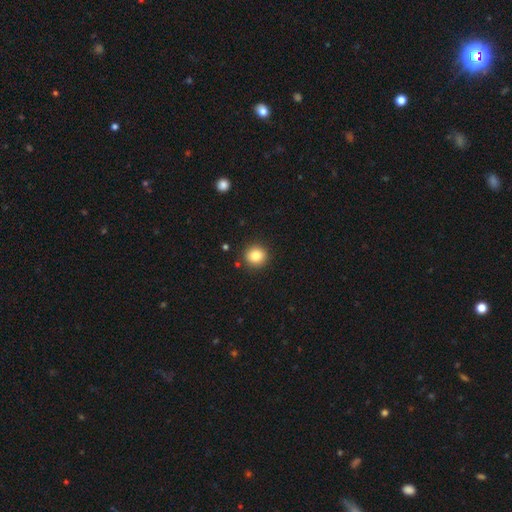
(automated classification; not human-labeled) Smooth or featured? smooth (84%)
How rounded? round (91%)
Merging? none (90%)